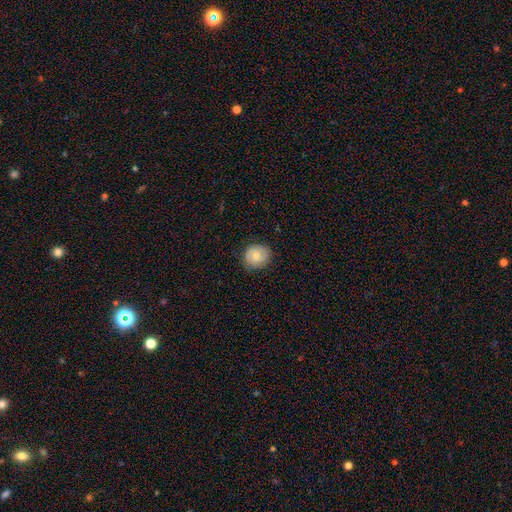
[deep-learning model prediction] Smooth or featured: smooth — 76% (featured or disk — 17%)
How rounded: round — 80% (in between — 20%)
Merging: none — 84% (minor disturbance — 12%)